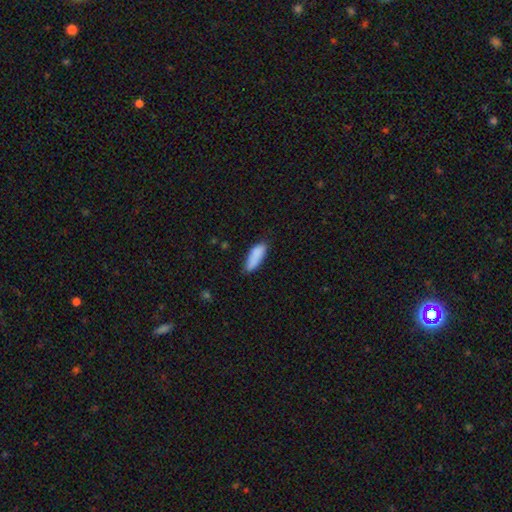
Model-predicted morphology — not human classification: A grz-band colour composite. It shows a smooth galaxy with no disk features (87%) that is in between round and cigar-shaped (66%). Merging: none (66%).